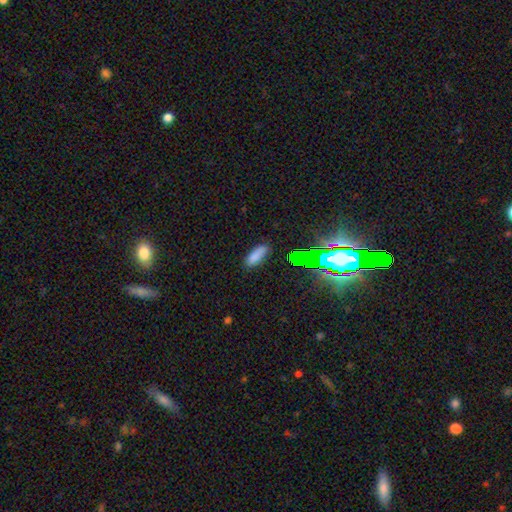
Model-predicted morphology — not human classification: type=smooth (80%); roundness=in between (68%); merging=none (83%).